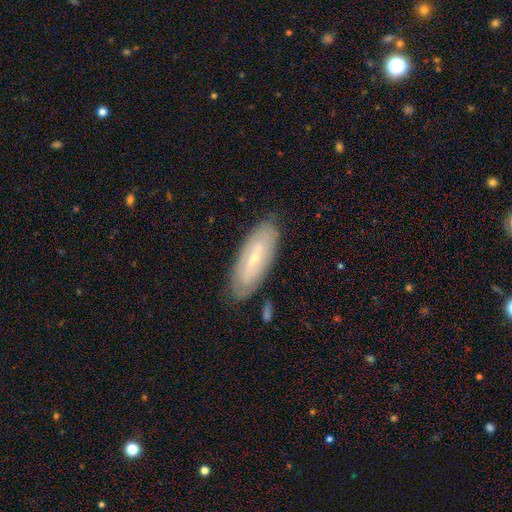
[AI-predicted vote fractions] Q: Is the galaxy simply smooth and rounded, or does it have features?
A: featured or disk — 54%.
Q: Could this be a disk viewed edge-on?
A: no — 76%.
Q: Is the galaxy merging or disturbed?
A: none — 84%.